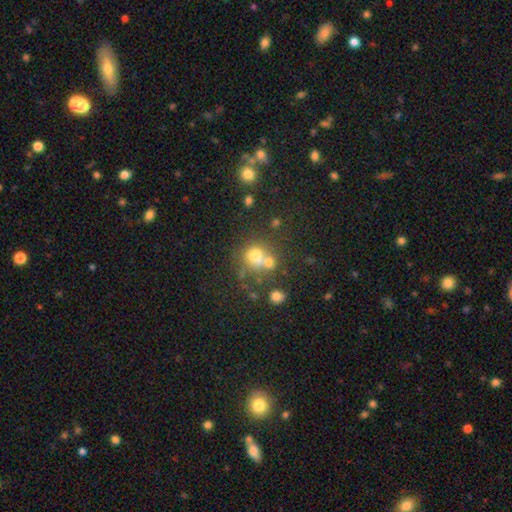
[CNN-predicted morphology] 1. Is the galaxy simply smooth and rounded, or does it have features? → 65% smooth, 17% star or artifact, 17% featured or disk.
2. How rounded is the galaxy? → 82% round, 17% in between, 1% cigar-shaped.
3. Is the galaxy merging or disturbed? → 44% none, 41% merger, 10% minor disturbance, 5% major disturbance.